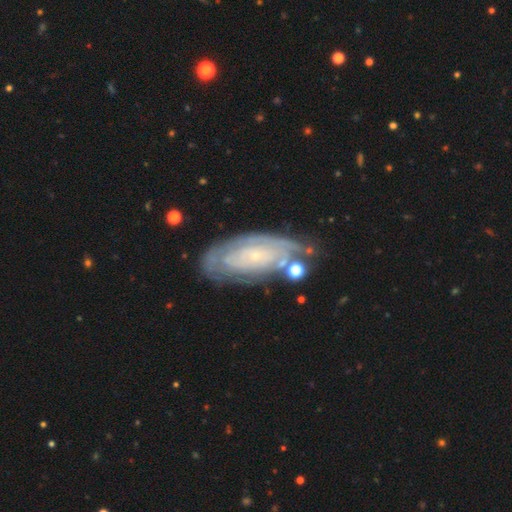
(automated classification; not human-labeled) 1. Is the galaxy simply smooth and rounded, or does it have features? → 74% featured or disk, 19% smooth, 7% star or artifact.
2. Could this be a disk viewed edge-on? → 91% no, 9% yes.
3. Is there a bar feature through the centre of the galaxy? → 79% no, 17% weak, 5% strong.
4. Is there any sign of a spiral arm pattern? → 81% yes, 19% no.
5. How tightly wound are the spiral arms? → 77% tight, 17% medium, 6% loose.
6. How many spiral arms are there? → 63% can't tell, 13% 2, 8% 3, 6% 4, 5% more than 4, 5% 1.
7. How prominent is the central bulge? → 85% small, 9% moderate, 3% none, 1% large, 1% dominant.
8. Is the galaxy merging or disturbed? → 63% none, 21% minor disturbance, 9% major disturbance, 7% merger.